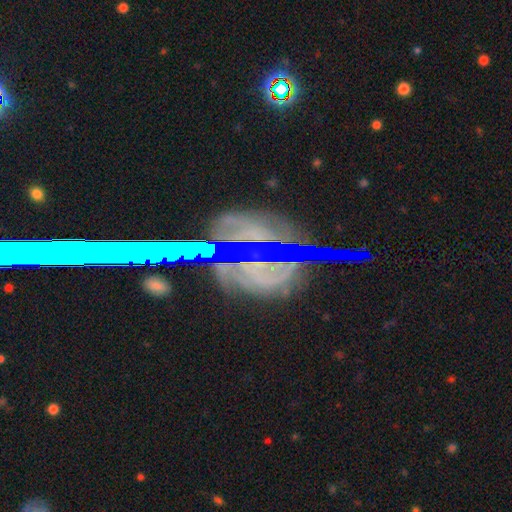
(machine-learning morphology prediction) Q: Smooth or featured?
A: featured or disk (62%); runner-up: star or artifact (27%)
Q: Edge-on disk?
A: no (78%); runner-up: yes (22%)
Q: Merging?
A: none (76%); runner-up: minor disturbance (14%)